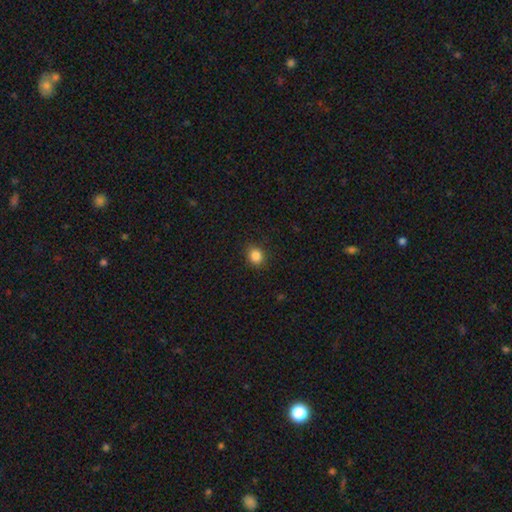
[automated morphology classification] Q: Smooth or featured?
A: smooth (86%); runner-up: star or artifact (11%)
Q: How rounded?
A: round (73%); runner-up: in between (26%)
Q: Merging?
A: none (88%); runner-up: minor disturbance (9%)